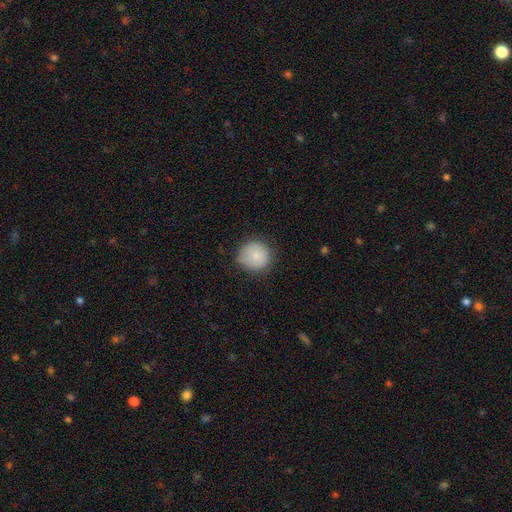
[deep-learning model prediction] Q: Smooth or featured?
A: smooth (85%); runner-up: star or artifact (8%)
Q: How rounded?
A: round (91%); runner-up: in between (8%)
Q: Merging?
A: none (77%); runner-up: minor disturbance (18%)